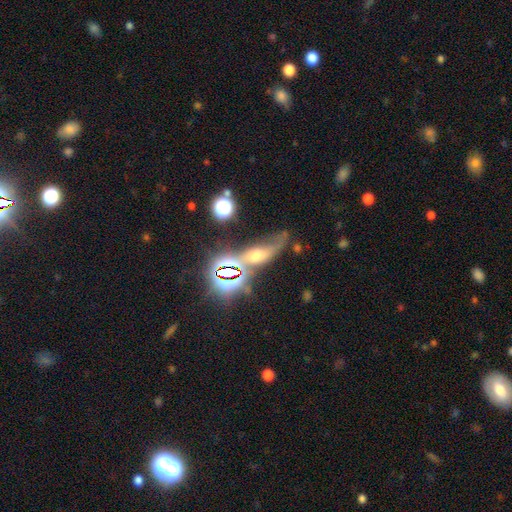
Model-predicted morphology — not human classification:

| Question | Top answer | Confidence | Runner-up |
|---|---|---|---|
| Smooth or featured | featured or disk | 42% | star or artifact (29%) |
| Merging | none | 46% | minor disturbance (21%) |